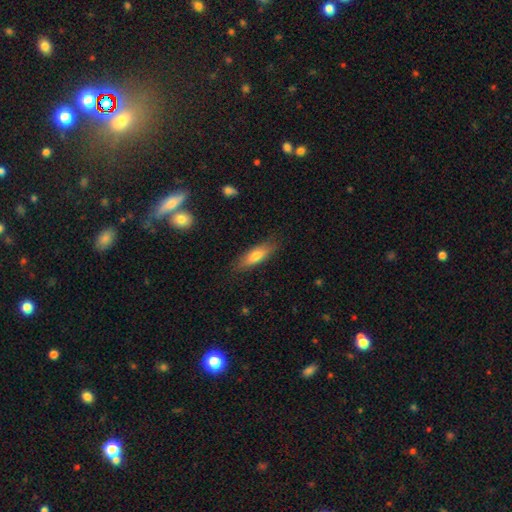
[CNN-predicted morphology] Overall: smooth (71%). How rounded: cigar-shaped (50%; in between 47%). Merging: none (83%).